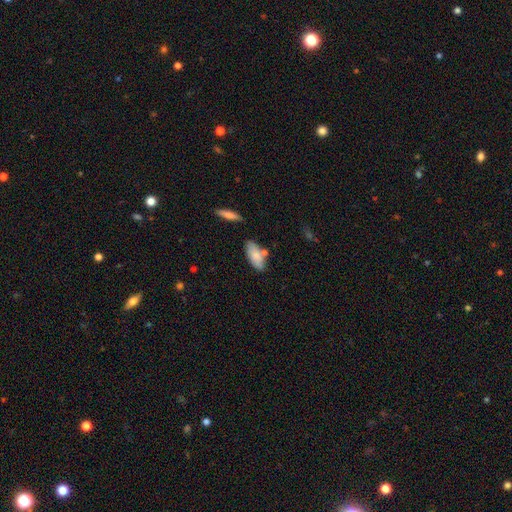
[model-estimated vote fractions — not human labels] Smooth or featured? smooth (79%)
How rounded? in between (85%)
Merging? none (69%)